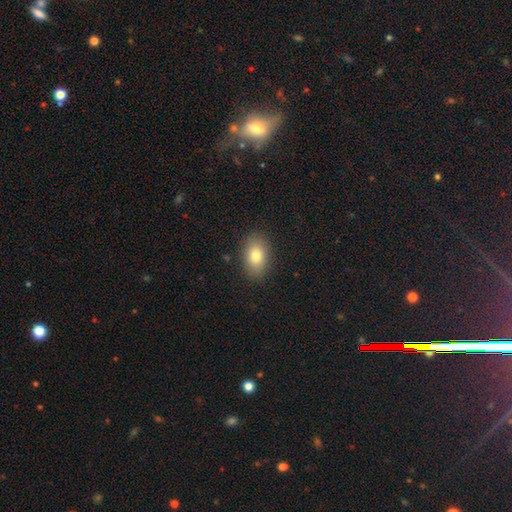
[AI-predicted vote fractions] Smooth or featured? smooth (80%)
How rounded? in between (84%)
Merging? none (87%)